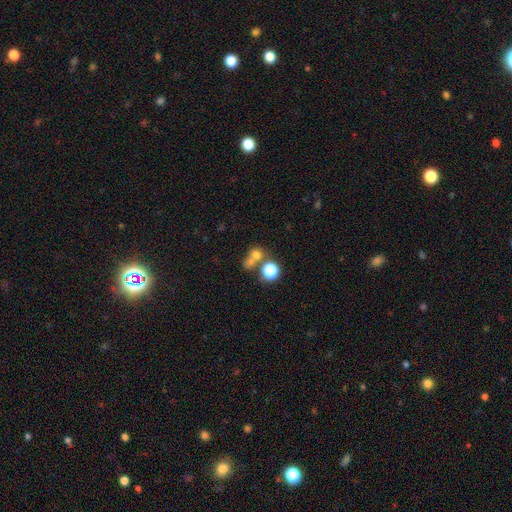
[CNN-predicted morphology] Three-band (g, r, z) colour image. It shows a smooth galaxy with no disk features (65%) that is round (77%). Merging: none (42%, tied with merger).